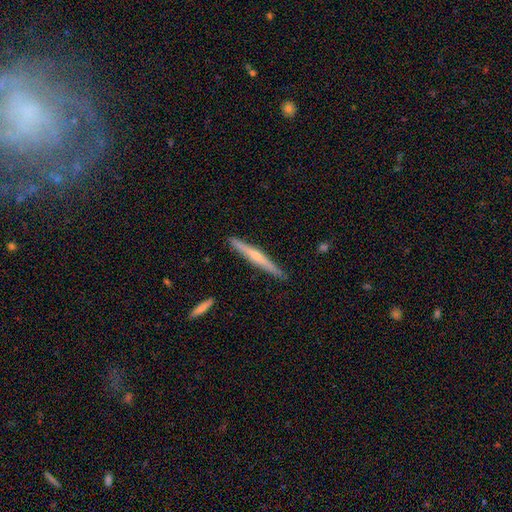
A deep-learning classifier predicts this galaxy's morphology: smooth_or_featured: featured or disk (p=0.59) [alt: smooth p=0.35]
disk_edge_on: yes (p=0.97) [alt: no p=0.03]
edge_on_bulge: rounded (p=0.64) [alt: none p=0.30]
merging: none (p=0.90) [alt: minor disturbance p=0.08]